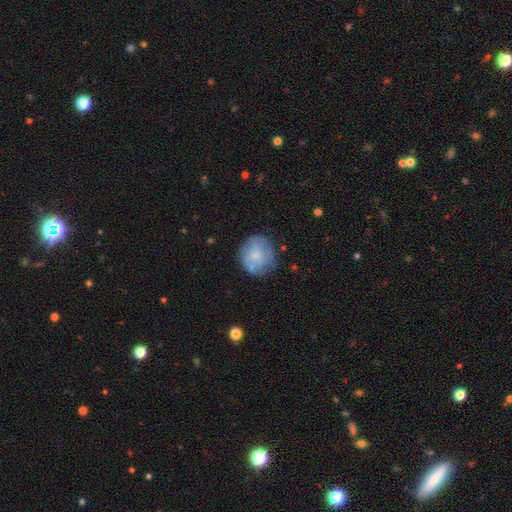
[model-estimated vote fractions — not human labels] A smooth galaxy with no disk features (65%) that is round (87%).

Vote fractions:
- Smooth or featured? smooth: 65% / featured or disk: 28% / star or artifact: 7%
- How rounded? round: 87% / in between: 12% / cigar-shaped: 1%
- Merging? none: 69% / minor disturbance: 21% / major disturbance: 7% / merger: 3%